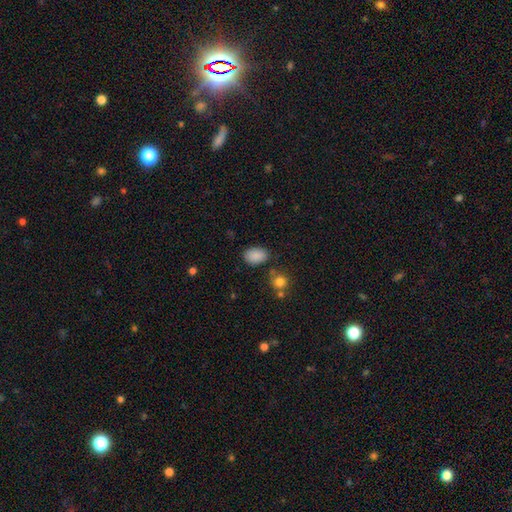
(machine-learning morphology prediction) A smooth galaxy with no disk features (87%) that is in between round and cigar-shaped (83%). Merging: none (78%).